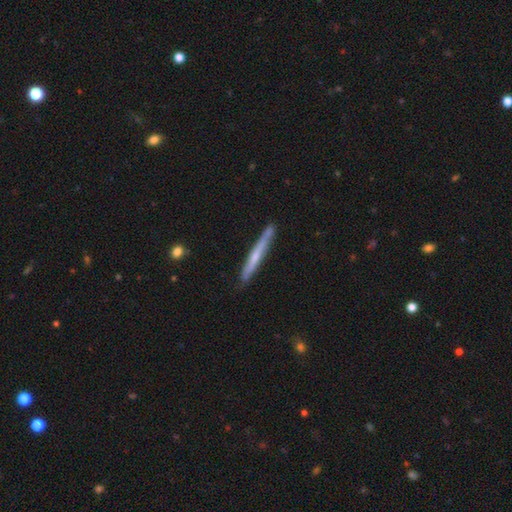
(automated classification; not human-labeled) Smooth or featured? featured or disk (53%)
Edge-on disk? yes (95%)
Edge-on bulge? none (56%)
Merging? none (86%)